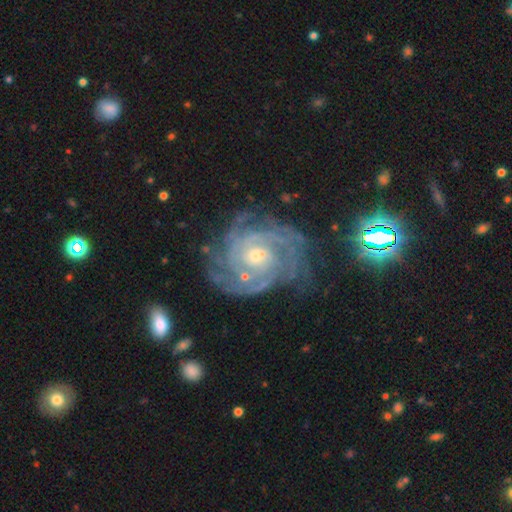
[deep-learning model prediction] smooth-or-featured: featured or disk: 90% | star or artifact: 6% | smooth: 4%
  disk-edge-on: no: 97% | yes: 3%
    bar: no: 63% | weak: 28% | strong: 8%
    has-spiral-arms: yes: 98% | no: 2%
      spiral-winding: tight: 75% | medium: 22% | loose: 3%
      spiral-arm-count: can't tell: 22% | 3: 21% | 4: 21% | 2: 18% | more than 4: 11% | 1: 8%
    bulge-size: small: 58% | moderate: 38% | large: 2% | none: 1% | dominant: 1%
  merging: none: 72% | minor disturbance: 18% | major disturbance: 8% | merger: 2%